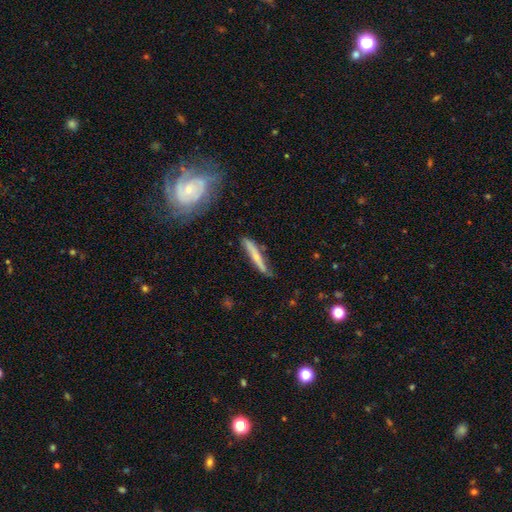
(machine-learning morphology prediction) This is possibly a smooth galaxy (51%). How rounded: clearly cigar-shaped (94%). Merging: likely none (74%).